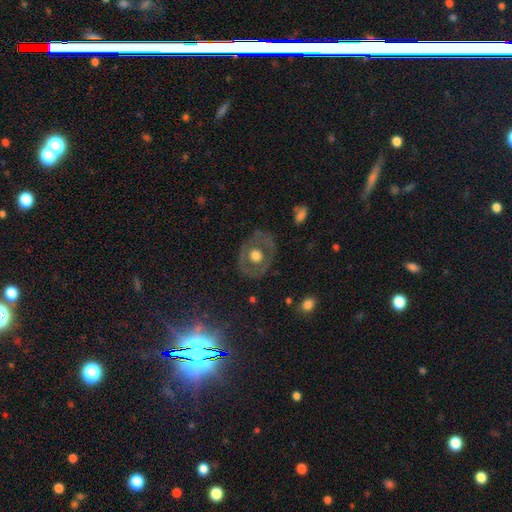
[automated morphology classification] This is possibly a featured or disk galaxy (52%). It is clearly not viewed edge-on (94%). Merging: likely none (78%).